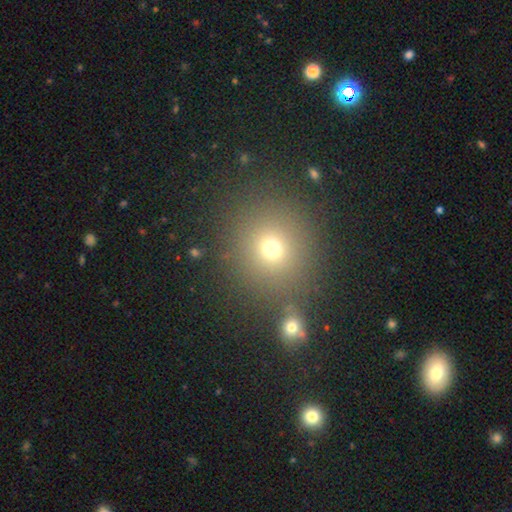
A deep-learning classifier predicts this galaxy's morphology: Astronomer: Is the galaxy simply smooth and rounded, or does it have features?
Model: smooth — 59%.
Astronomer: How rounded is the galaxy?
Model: round — 90%.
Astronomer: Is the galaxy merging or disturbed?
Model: none — 84%.